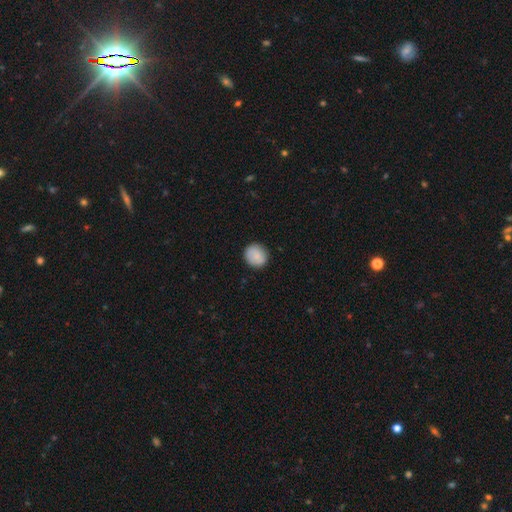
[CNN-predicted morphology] This is clearly a smooth galaxy (84%). How rounded: clearly round (87%). Merging: clearly none (89%).